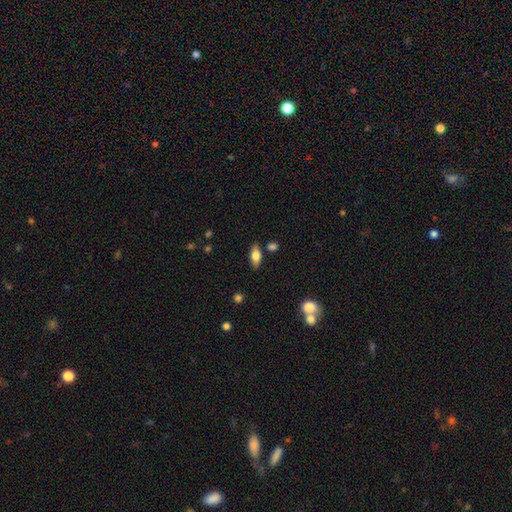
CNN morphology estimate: smooth_or_featured: smooth (p=0.70) [alt: featured or disk p=0.22]
how_rounded: in between (p=0.82) [alt: cigar-shaped p=0.14]
merging: none (p=0.82) [alt: minor disturbance p=0.12]